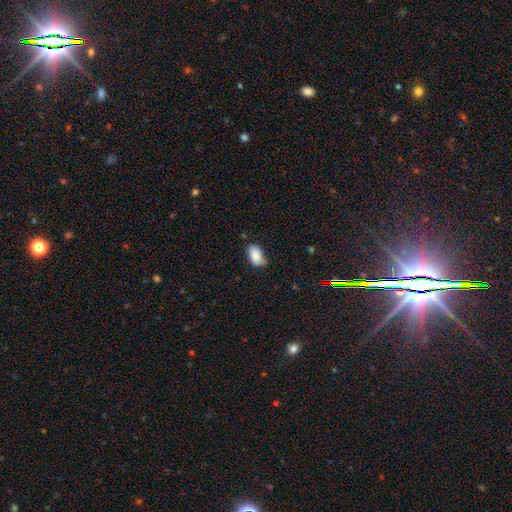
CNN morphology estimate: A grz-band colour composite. It shows a smooth galaxy with no disk features (85%) that is in between round and cigar-shaped (92%). Merging: none (65%).